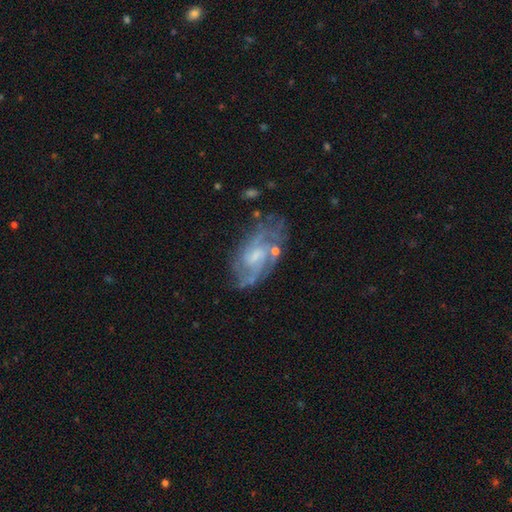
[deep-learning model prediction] A featured or disk galaxy (83%) with a weak bar (46%), 2 (39%) tight (46%) spiral arms (92%) and a small central bulge (45%). Merging: none (65%).